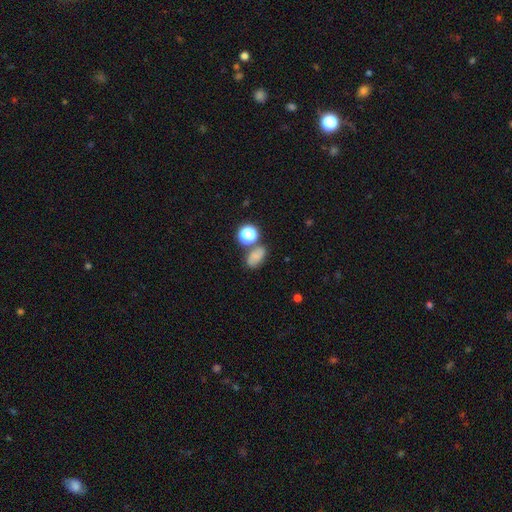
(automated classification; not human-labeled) This is likely a smooth galaxy (69%). How rounded: likely in between (77%). Merging: possibly none (59%).